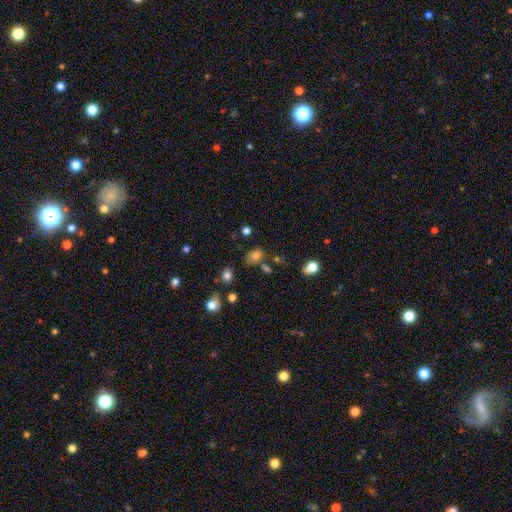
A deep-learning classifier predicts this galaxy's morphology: A smooth galaxy with no disk features (77%) that is in between round and cigar-shaped (74%).

Vote fractions:
- Smooth or featured? smooth: 77% / star or artifact: 15% / featured or disk: 9%
- How rounded? in between: 74% / round: 25% / cigar-shaped: 2%
- Merging? none: 58% / minor disturbance: 22% / merger: 11% / major disturbance: 8%